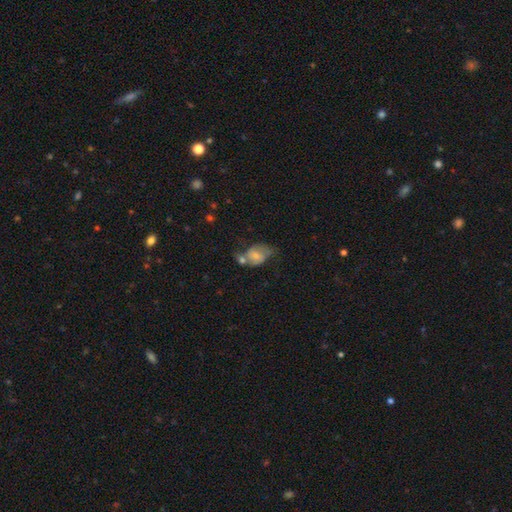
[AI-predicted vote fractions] This appears to be a smooth galaxy with no disk features (49%). Merging: none (32%).